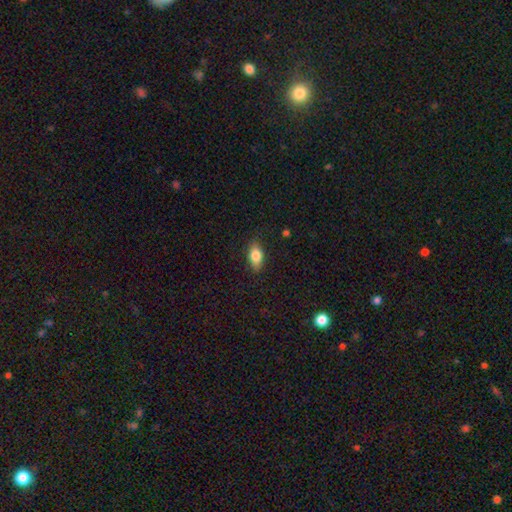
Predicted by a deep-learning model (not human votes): smooth_or_featured: smooth (p=0.80) [alt: featured or disk p=0.13]
how_rounded: in between (p=0.86) [alt: cigar-shaped p=0.08]
merging: none (p=0.84) [alt: minor disturbance p=0.12]